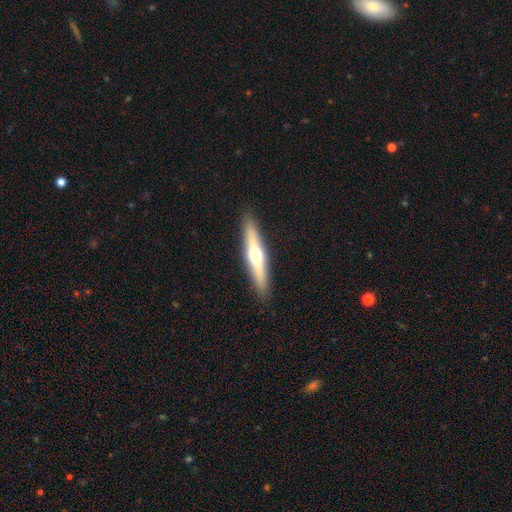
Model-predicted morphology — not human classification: smooth-or-featured: featured or disk: 55% | smooth: 40% | star or artifact: 6%
  disk-edge-on: yes: 93% | no: 7%
    edge-on-bulge: rounded: 91% | none: 6% | boxy: 3%
  merging: none: 91% | minor disturbance: 7% | major disturbance: 2% | merger: 1%